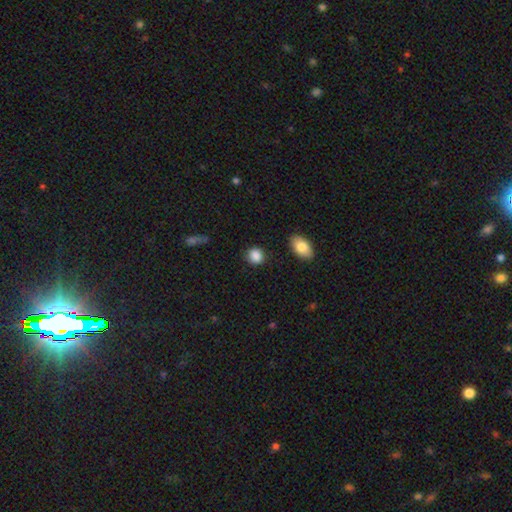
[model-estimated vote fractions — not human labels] smooth_or_featured: smooth (p=0.88) [alt: star or artifact p=0.08]
how_rounded: round (p=0.73) [alt: in between p=0.25]
merging: none (p=0.84) [alt: minor disturbance p=0.11]